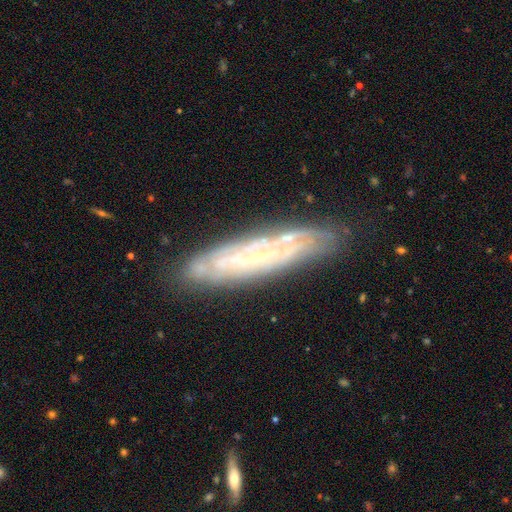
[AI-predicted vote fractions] Smooth or featured? Predicted: featured or disk (p=0.75). Edge-on disk? Predicted: no (p=0.63). Merging? Predicted: none (p=0.80).